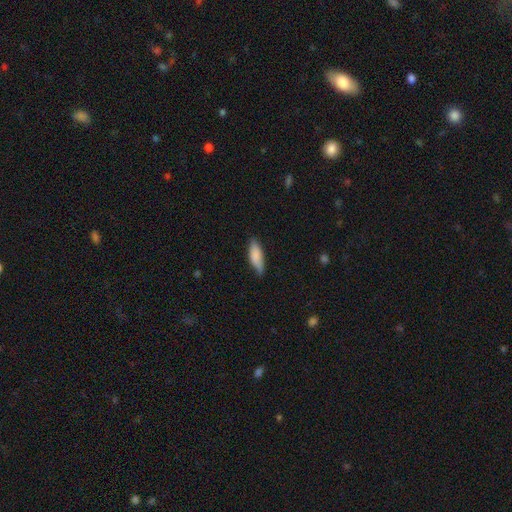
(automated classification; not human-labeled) The model was most divided on "how rounded": in between: 62%, cigar-shaped: 36%, round: 2%. More confident: smooth or featured — smooth (84%); merging — none (71%).